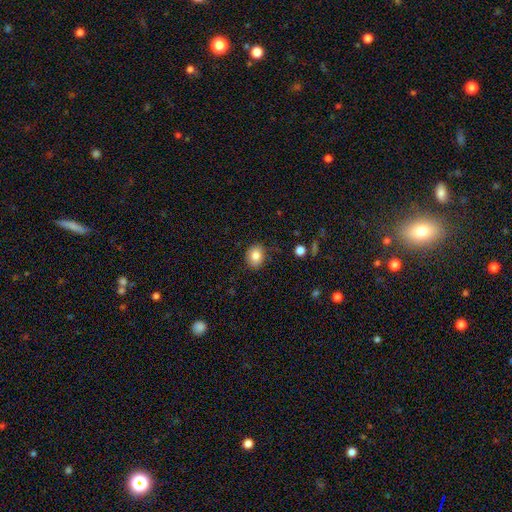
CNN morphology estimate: smooth 84%, star or artifact 9%, featured or disk 7%. Down the decision tree: how rounded — round (55%); merging — none (83%).